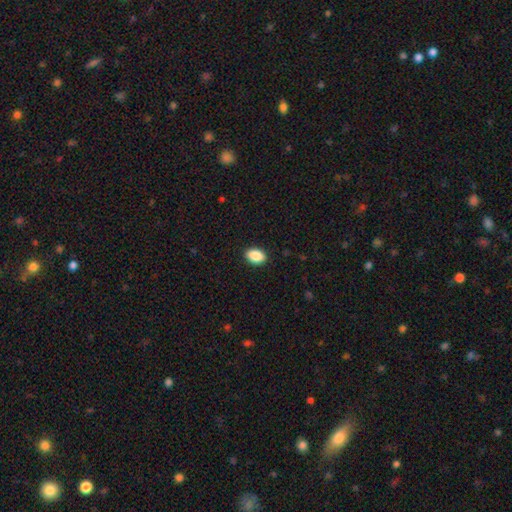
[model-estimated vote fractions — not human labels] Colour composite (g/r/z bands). It shows a smooth galaxy with no disk features (89%) that is in between round and cigar-shaped (85%). Merging: none (90%).